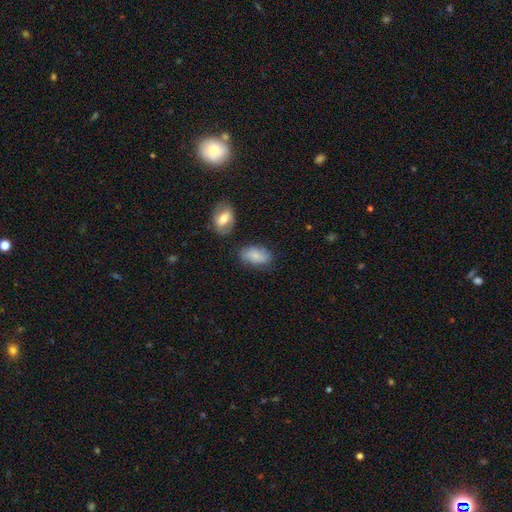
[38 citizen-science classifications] Volunteers were most divided on "smooth or featured": smooth: 71%, featured or disk: 24%, star or artifact: 5%. More confident: how rounded — in between (96%); merging — none (75%).